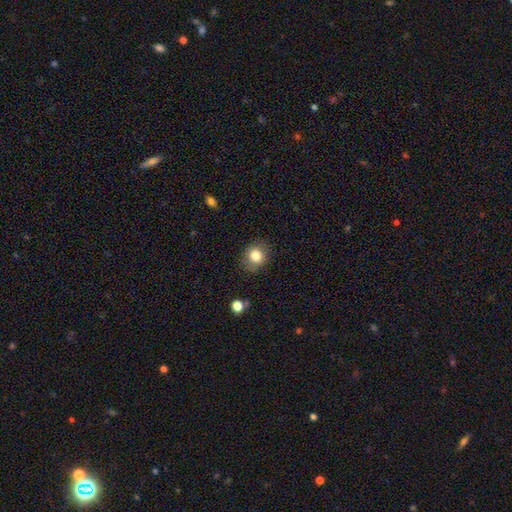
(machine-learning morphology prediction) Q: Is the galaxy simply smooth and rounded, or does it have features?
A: smooth — 81%.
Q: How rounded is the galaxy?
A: round — 76%.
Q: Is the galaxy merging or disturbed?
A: none — 81%.